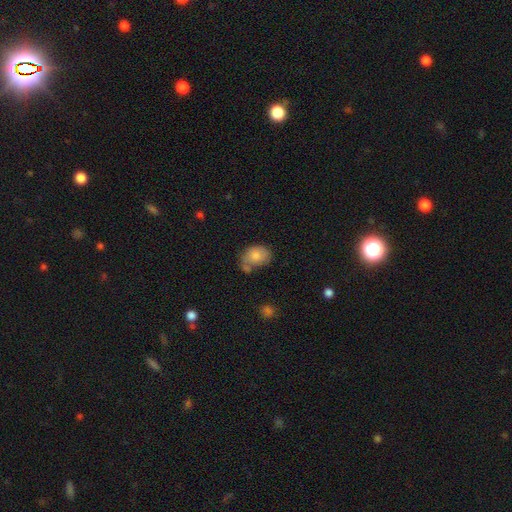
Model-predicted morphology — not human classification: Smooth or featured? Predicted: smooth (p=0.77). How rounded? Predicted: in between (p=0.69). Merging? Predicted: none (p=0.42).